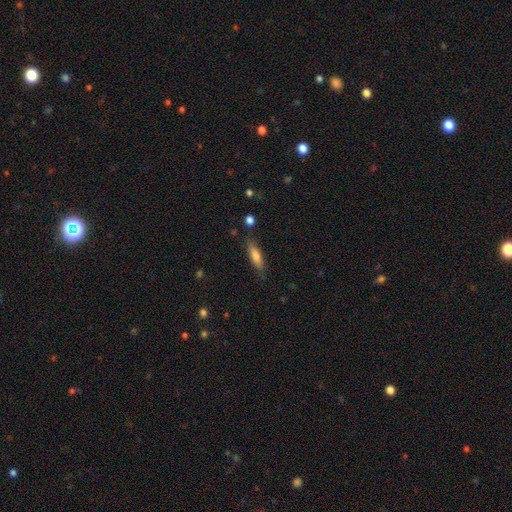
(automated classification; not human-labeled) This is likely a smooth galaxy (77%). How rounded: possibly cigar-shaped (51%). Merging: likely none (80%).